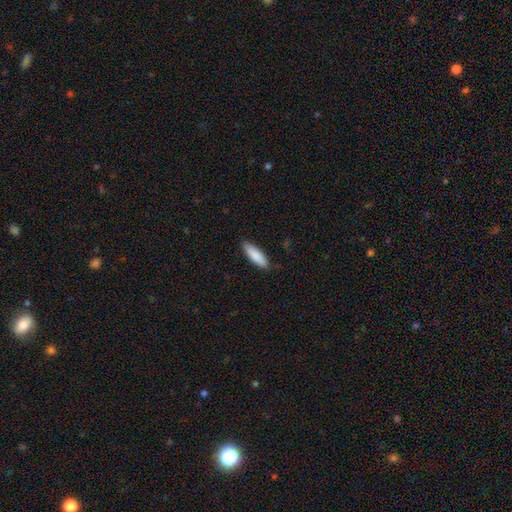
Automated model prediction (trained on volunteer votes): smooth-or-featured: smooth: 87% | featured or disk: 8% | star or artifact: 5%
  how-rounded: cigar-shaped: 52% | in between: 47% | round: 1%
  merging: none: 86% | minor disturbance: 11% | major disturbance: 2% | merger: 1%